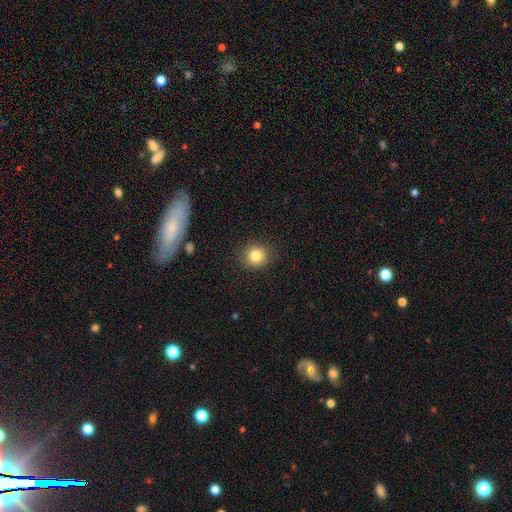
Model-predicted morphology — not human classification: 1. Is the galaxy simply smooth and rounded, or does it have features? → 83% smooth, 11% star or artifact, 6% featured or disk.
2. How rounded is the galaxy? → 91% round, 8% in between, 1% cigar-shaped.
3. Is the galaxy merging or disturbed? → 89% none, 7% minor disturbance, 2% major disturbance, 1% merger.